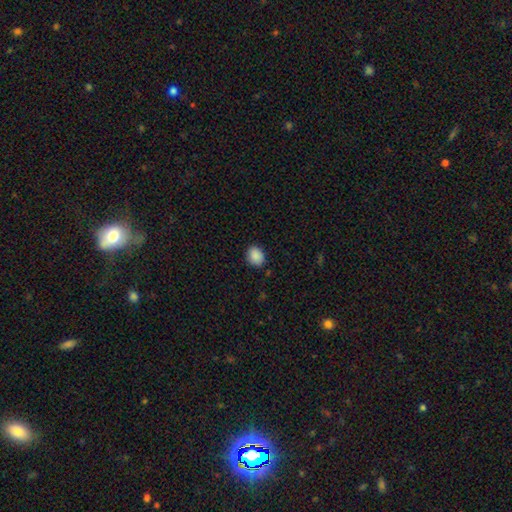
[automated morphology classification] The model was most divided on "how rounded": round: 55%, in between: 45%, cigar-shaped: 1%. More confident: smooth or featured — smooth (89%); merging — none (86%).